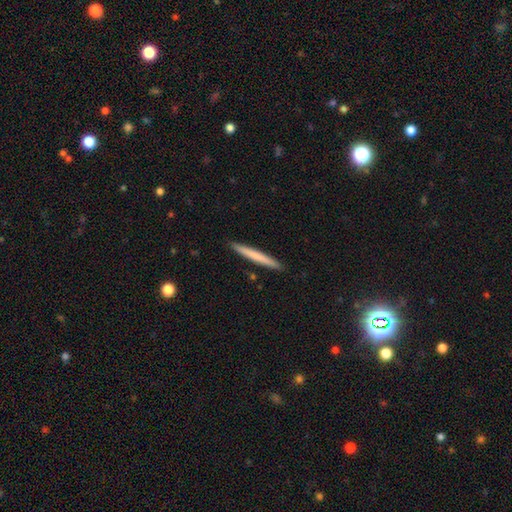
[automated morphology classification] This appears to be a smooth galaxy with no disk features (66%) that is cigar-shaped (97%). Merging: none (92%).